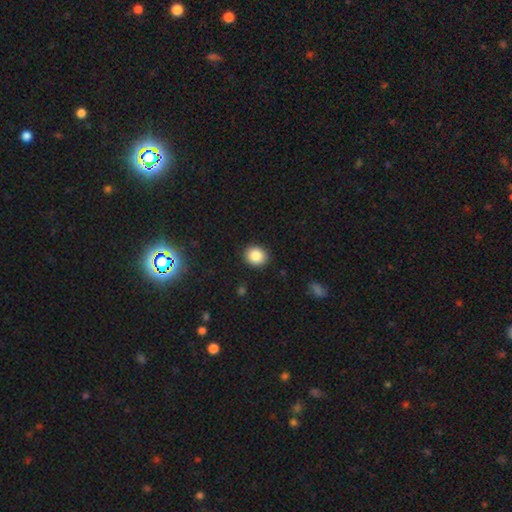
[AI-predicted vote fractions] Smooth or featured: smooth — 85% (star or artifact — 9%)
How rounded: round — 73% (in between — 26%)
Merging: none — 90% (minor disturbance — 7%)